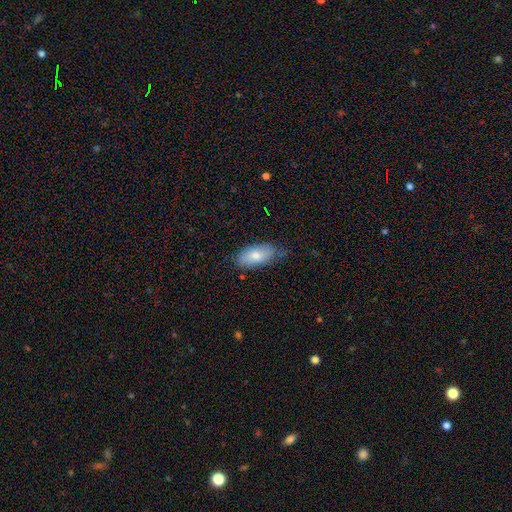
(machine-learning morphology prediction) Overall: smooth (76%). How rounded: in between (90%). Merging: none (70%).